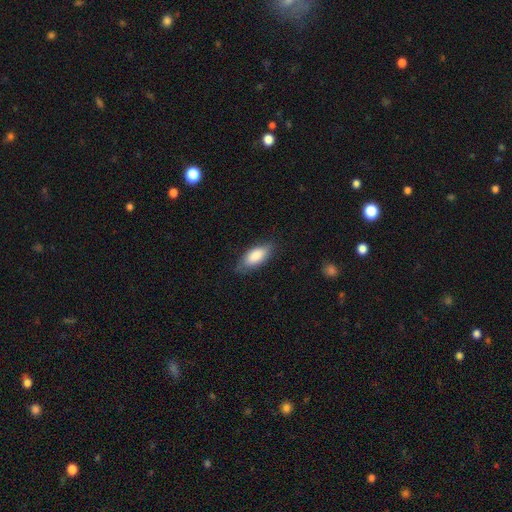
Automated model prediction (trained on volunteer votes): This is clearly a smooth galaxy (84%). How rounded: clearly in between (85%). Merging: likely none (75%).